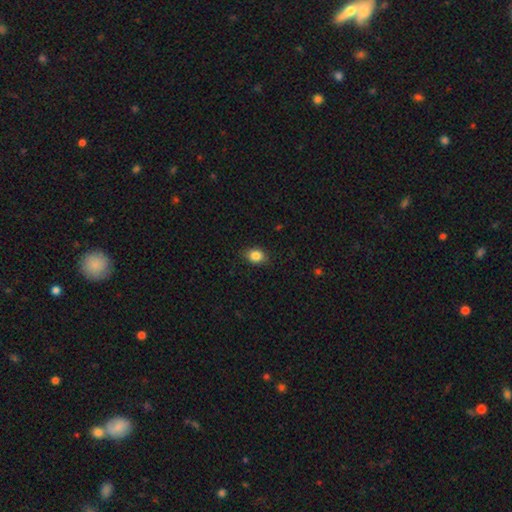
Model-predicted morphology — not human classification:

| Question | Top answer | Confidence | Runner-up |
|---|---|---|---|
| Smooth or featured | smooth | 86% | star or artifact (9%) |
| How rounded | in between | 62% | round (37%) |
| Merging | none | 84% | minor disturbance (12%) |